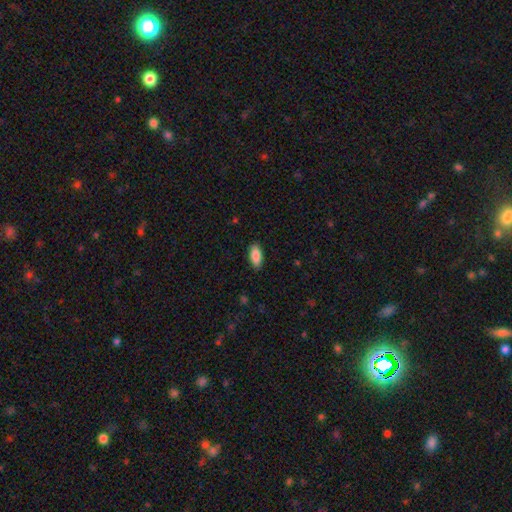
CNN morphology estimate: This is clearly a smooth galaxy (89%). How rounded: clearly in between (88%). Merging: clearly none (87%).